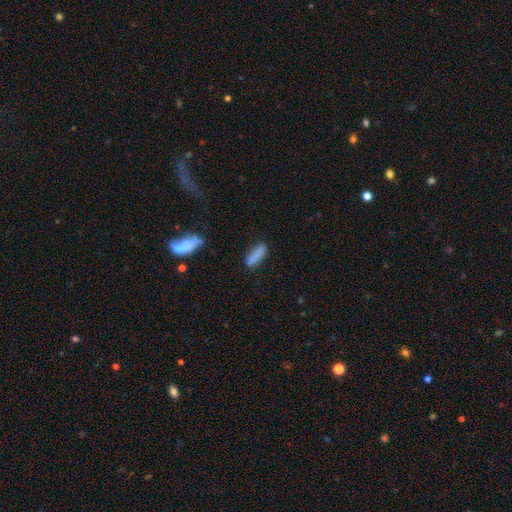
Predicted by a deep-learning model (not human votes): Morphology: type=smooth (85%); roundness=cigar-shaped (51%); merging=none (79%).